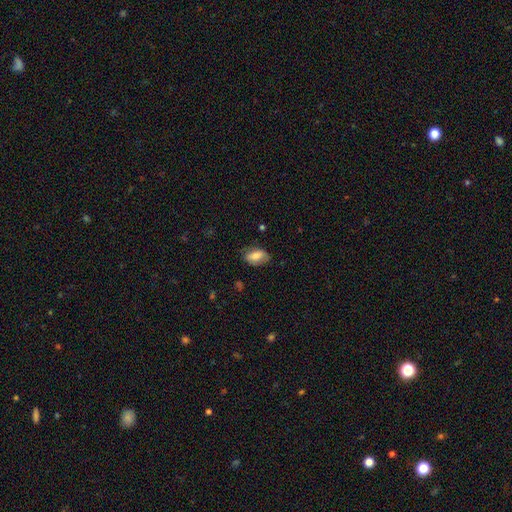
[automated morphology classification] smooth 72%, featured or disk 20%, star or artifact 7%. Down the decision tree: how rounded — in between (91%); merging — none (70%).